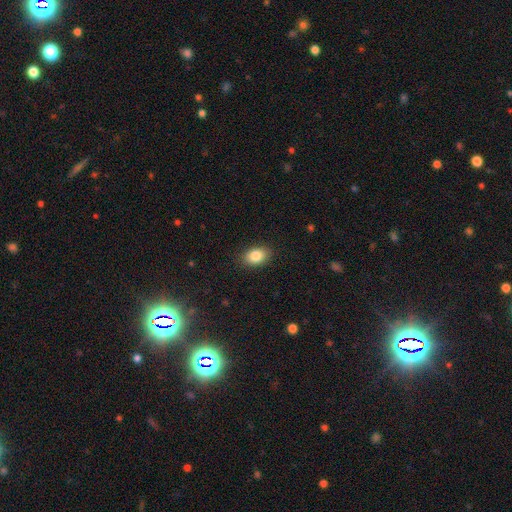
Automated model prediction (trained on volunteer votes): Overall: smooth (85%). How rounded: in between (81%). Merging: none (88%).